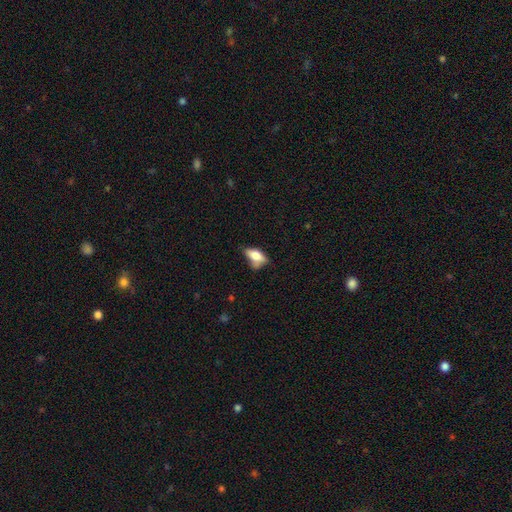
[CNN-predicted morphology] type=smooth (72%); roundness=in between (86%); merging=none (36%).